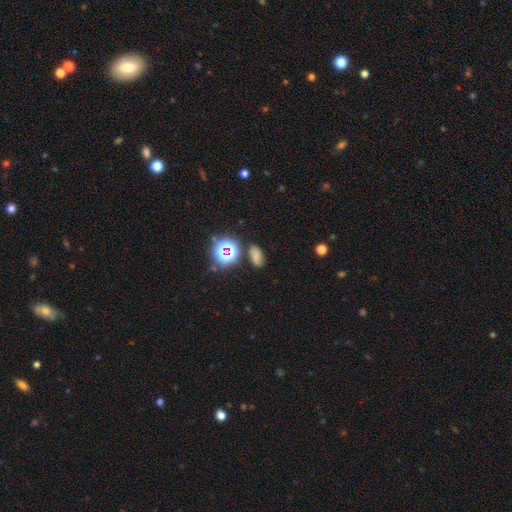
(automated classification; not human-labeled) The model was most divided on "smooth or featured": smooth: 67%, star or artifact: 26%, featured or disk: 7%. More confident: how rounded — in between (83%); merging — none (79%).